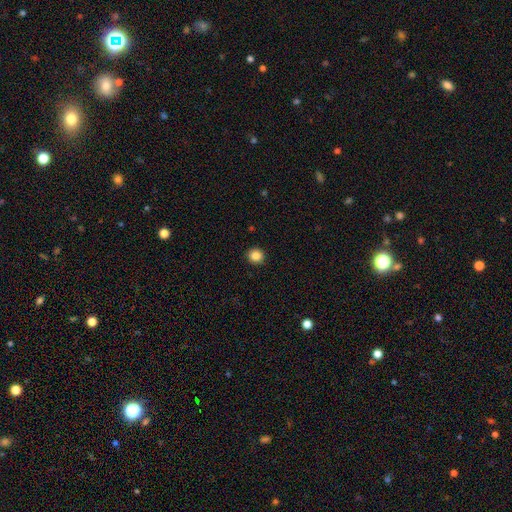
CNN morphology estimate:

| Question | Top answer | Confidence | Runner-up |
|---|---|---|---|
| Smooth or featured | smooth | 85% | star or artifact (10%) |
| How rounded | round | 91% | in between (8%) |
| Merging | none | 93% | minor disturbance (5%) |